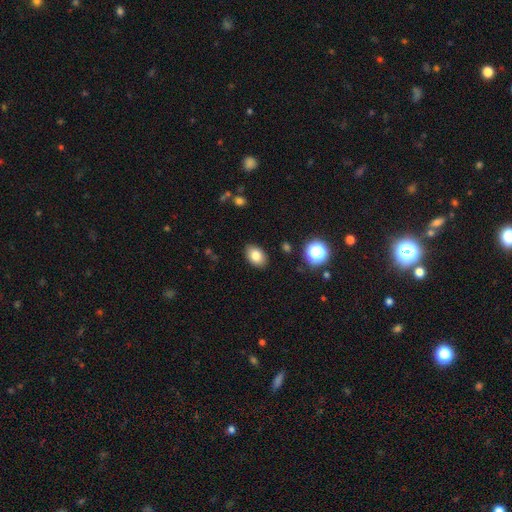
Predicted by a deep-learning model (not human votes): smooth-or-featured: smooth: 82% | star or artifact: 10% | featured or disk: 8%
  how-rounded: in between: 82% | round: 17% | cigar-shaped: 1%
  merging: none: 88% | minor disturbance: 9% | major disturbance: 2% | merger: 1%